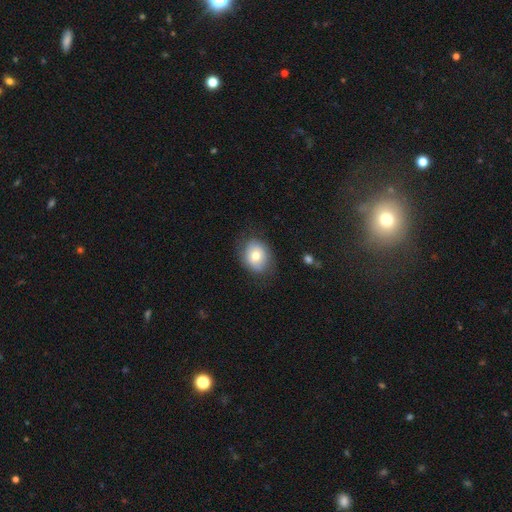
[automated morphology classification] Smooth or featured: smooth — 72% (featured or disk — 20%)
How rounded: round — 52% (in between — 47%)
Merging: none — 76% (minor disturbance — 16%)